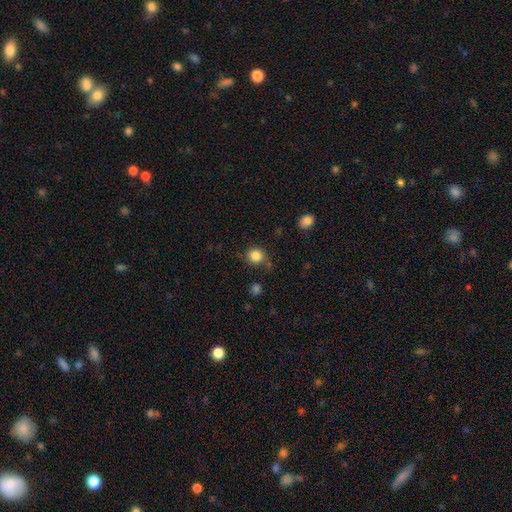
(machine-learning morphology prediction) type=smooth (85%); roundness=round (87%); merging=none (76%).